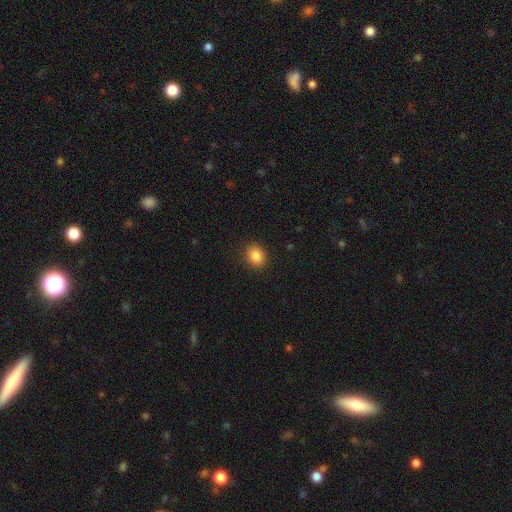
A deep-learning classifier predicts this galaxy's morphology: Overall: smooth (87%). How rounded: round (51%; in between 48%). Merging: none (89%).